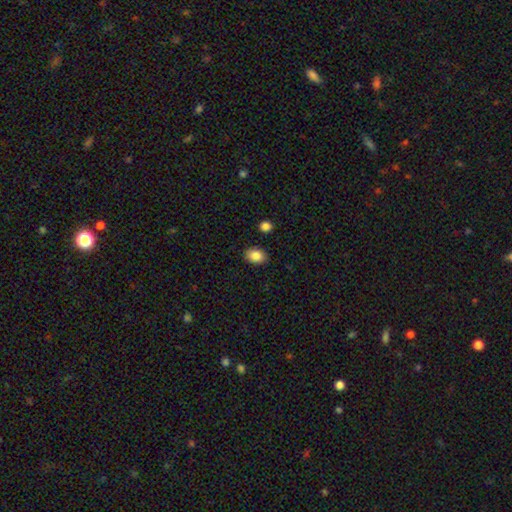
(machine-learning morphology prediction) This appears to be a smooth galaxy with no disk features (87%) that is in between round and cigar-shaped (80%). Merging: none (88%).